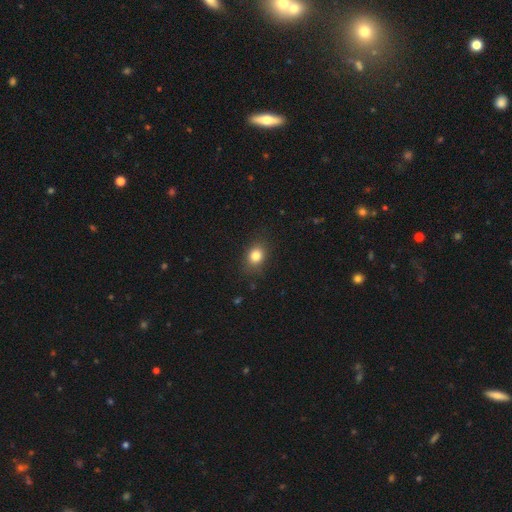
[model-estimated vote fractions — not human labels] Smooth or featured? Predicted: smooth (p=0.82). How rounded? Predicted: in between (p=0.51). Merging? Predicted: none (p=0.84).